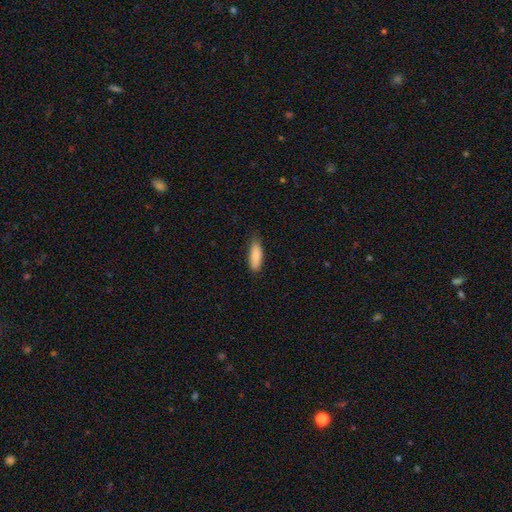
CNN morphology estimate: Overall: smooth (84%). How rounded: in between (64%; cigar-shaped 34%). Merging: none (77%).